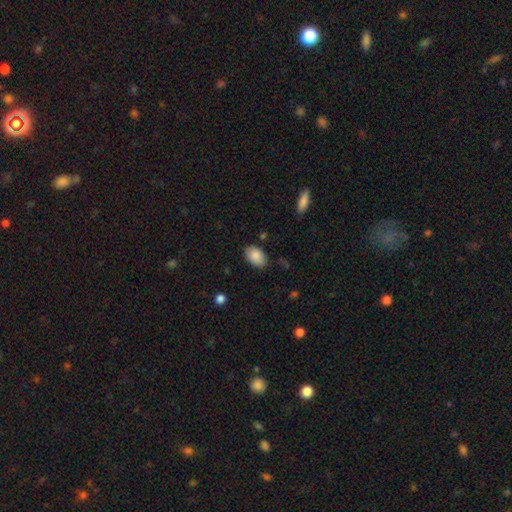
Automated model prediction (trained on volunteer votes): Q: Smooth or featured?
A: smooth (89%); runner-up: star or artifact (7%)
Q: How rounded?
A: in between (89%); runner-up: round (10%)
Q: Merging?
A: none (82%); runner-up: minor disturbance (14%)